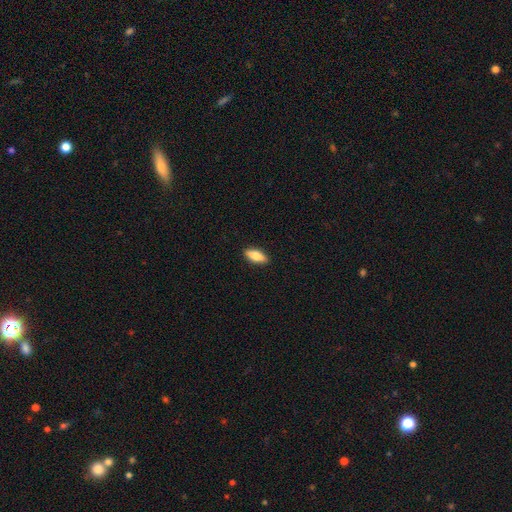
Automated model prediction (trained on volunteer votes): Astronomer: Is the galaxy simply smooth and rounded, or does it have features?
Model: smooth — 79%.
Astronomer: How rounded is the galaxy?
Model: in between — 76%.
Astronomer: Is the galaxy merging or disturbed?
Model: none — 90%.